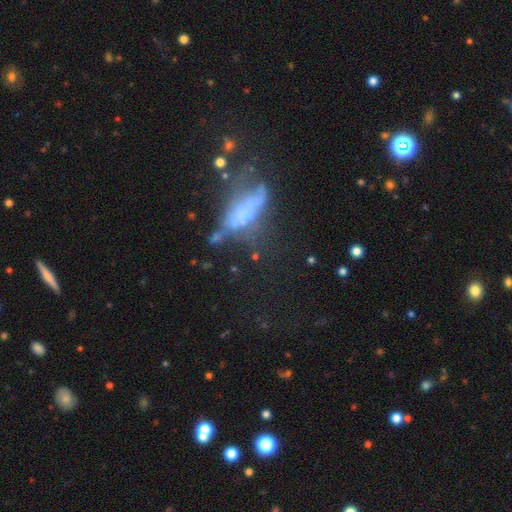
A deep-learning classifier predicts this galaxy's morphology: Overall: featured or disk (44%; smooth 35%). Merging: major disturbance (36%; none 28%).